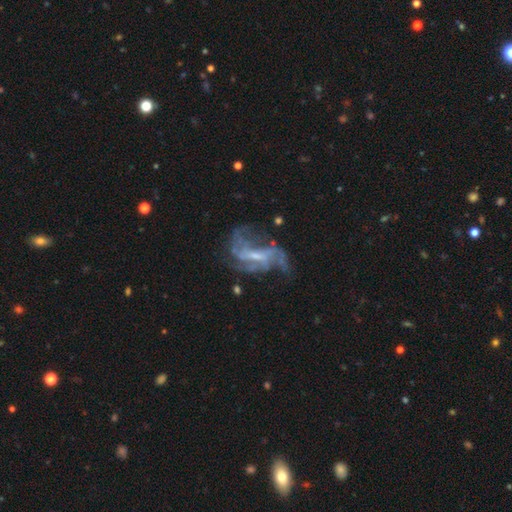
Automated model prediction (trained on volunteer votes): featured or disk 79%, smooth 10%, star or artifact 10%. Down the decision tree: edge-on disk — no (96%); bar — weak (45%); spiral arms — yes (78%); spiral arm count — can't tell (28%); spiral winding — loose (48%); bulge size — small (49%); merging — none (43%).